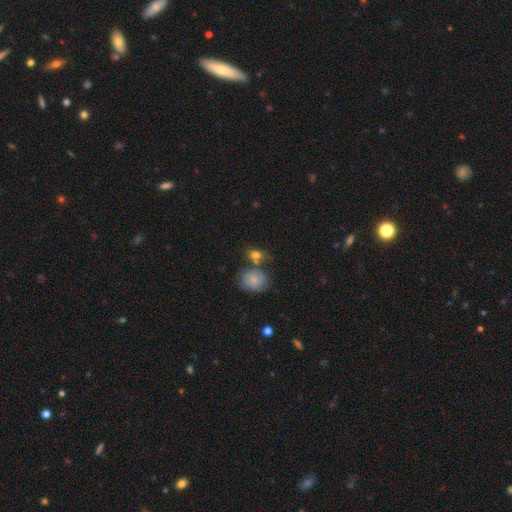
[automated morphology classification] smooth_or_featured: smooth (p=0.74) [alt: featured or disk p=0.15]
how_rounded: round (p=0.49) [alt: in between p=0.48]
merging: none (p=0.52) [alt: merger p=0.28]